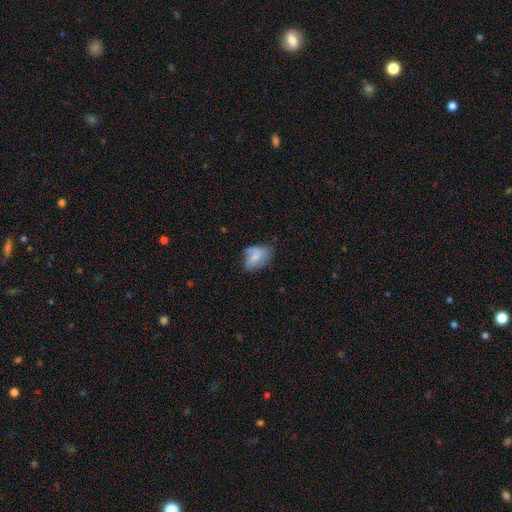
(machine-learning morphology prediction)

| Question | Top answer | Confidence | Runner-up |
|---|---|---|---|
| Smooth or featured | smooth | 67% | featured or disk (25%) |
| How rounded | in between | 84% | round (15%) |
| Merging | none | 40% | minor disturbance (37%) |